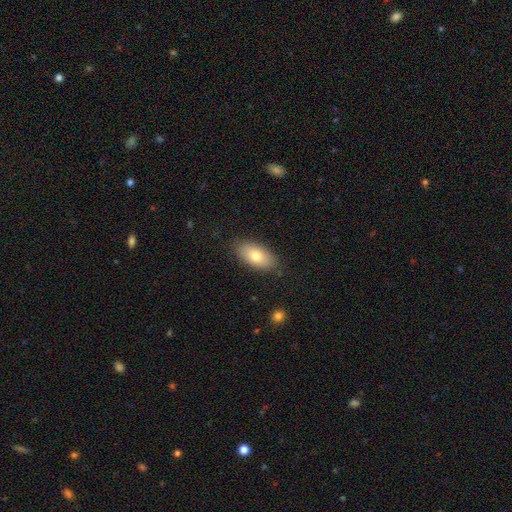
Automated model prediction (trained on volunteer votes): This is likely a smooth galaxy (76%). How rounded: clearly in between (92%). Merging: clearly none (84%).